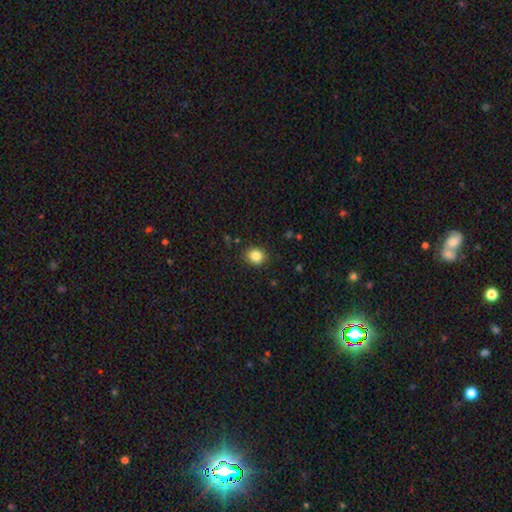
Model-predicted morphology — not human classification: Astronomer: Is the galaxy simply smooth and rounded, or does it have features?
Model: smooth — 84%.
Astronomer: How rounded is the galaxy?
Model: round — 77%.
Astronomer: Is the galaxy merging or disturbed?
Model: none — 89%.